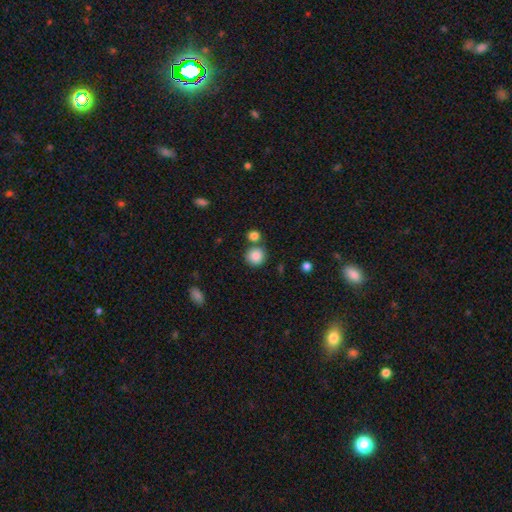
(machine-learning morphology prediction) A smooth galaxy with no disk features (86%) that is round (90%).

Vote fractions:
- Smooth or featured? smooth: 86% / star or artifact: 9% / featured or disk: 5%
- How rounded? round: 90% / in between: 9% / cigar-shaped: 1%
- Merging? none: 71% / merger: 17% / minor disturbance: 9% / major disturbance: 3%